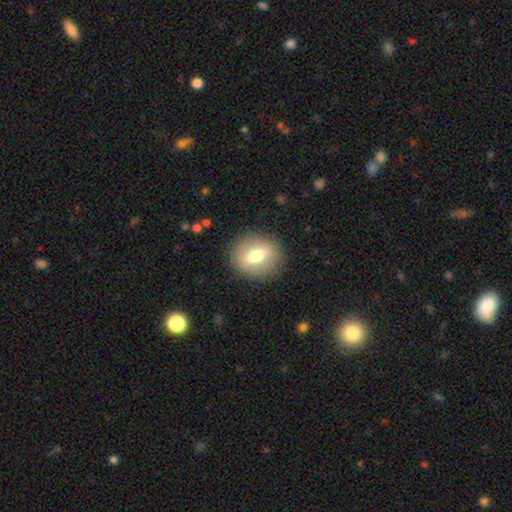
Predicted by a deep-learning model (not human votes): Smooth or featured? Predicted: smooth (p=0.62). How rounded? Predicted: round (p=0.74). Merging? Predicted: none (p=0.88).